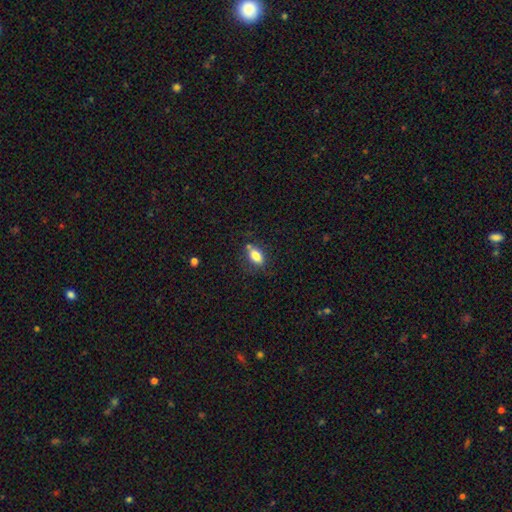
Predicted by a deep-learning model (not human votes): This is clearly a smooth galaxy (80%). How rounded: clearly in between (86%). Merging: likely none (69%).